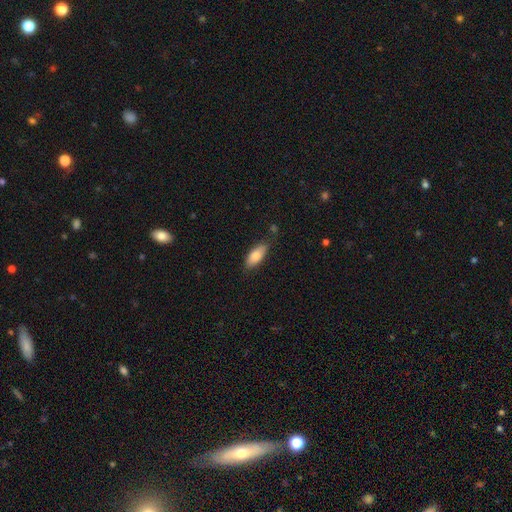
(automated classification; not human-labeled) A smooth galaxy with no disk features (83%) that is in between round and cigar-shaped (82%).

Vote fractions:
- Smooth or featured? smooth: 83% / featured or disk: 11% / star or artifact: 6%
- How rounded? in between: 82% / cigar-shaped: 16% / round: 2%
- Merging? none: 77% / minor disturbance: 17% / major disturbance: 3% / merger: 2%